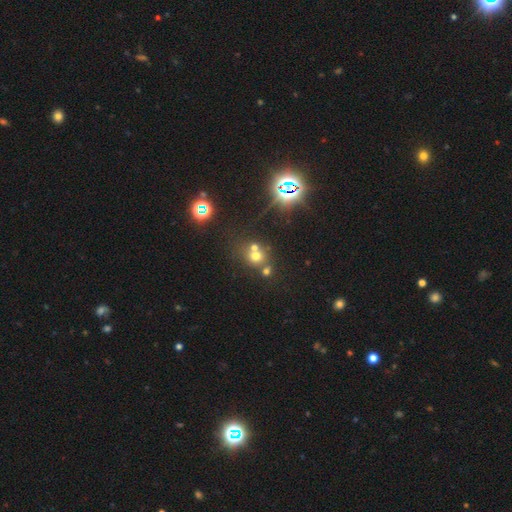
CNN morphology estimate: Smooth or featured: smooth — 58% (star or artifact — 29%)
How rounded: round — 80% (in between — 19%)
Merging: none — 49% (merger — 38%)